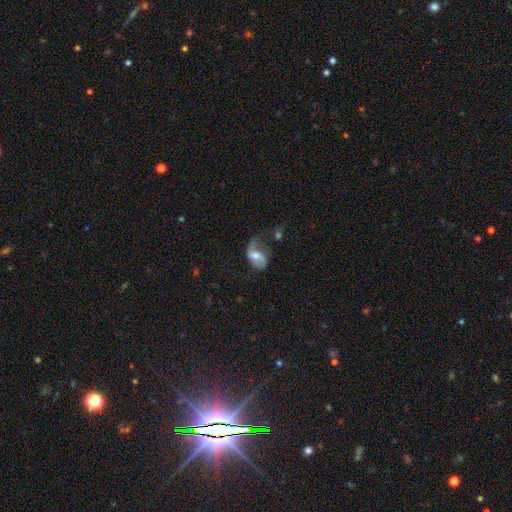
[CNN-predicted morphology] Smooth or featured?
  - featured or disk: 63% *
  - smooth: 29%
  - star or artifact: 7%
Edge-on disk?
  - no: 96% *
  - yes: 4%
Bar?
  - weak: 42% *
  - no: 40%
  - strong: 18%
Spiral arms?
  - yes: 84% *
  - no: 16%
Spiral winding?
  - loose: 69% *
  - medium: 24%
  - tight: 7%
Spiral arm count?
  - 2: 73% *
  - 1: 19%
  - can't tell: 6%
  - 3: 1%
  - 4: 1%
  - more than 4: 1%
Bulge size?
  - moderate: 61% *
  - small: 29%
  - large: 5%
  - none: 3%
  - dominant: 1%
Merging?
  - none: 40% *
  - minor disturbance: 28%
  - major disturbance: 28%
  - merger: 4%